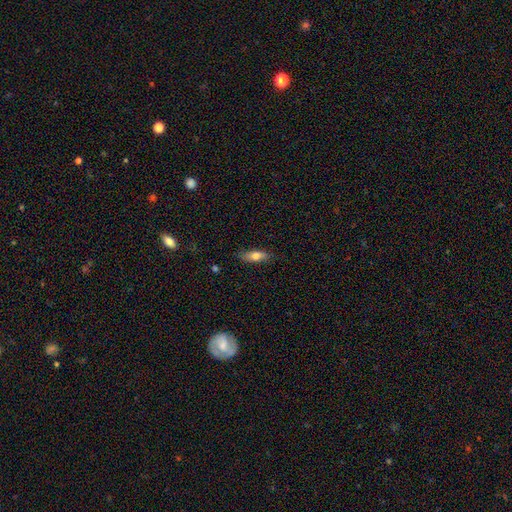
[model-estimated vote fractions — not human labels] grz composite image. It shows a smooth galaxy with no disk features (70%) that is in between round and cigar-shaped (60%). Merging: none (83%).